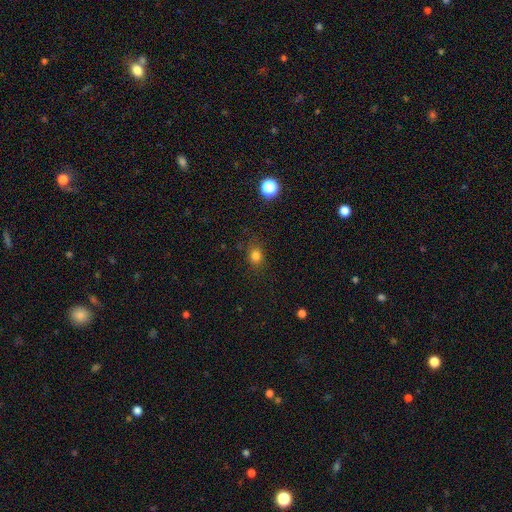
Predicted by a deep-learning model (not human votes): Smooth or featured: smooth — 79% (star or artifact — 15%)
How rounded: round — 63% (in between — 36%)
Merging: none — 81% (minor disturbance — 14%)